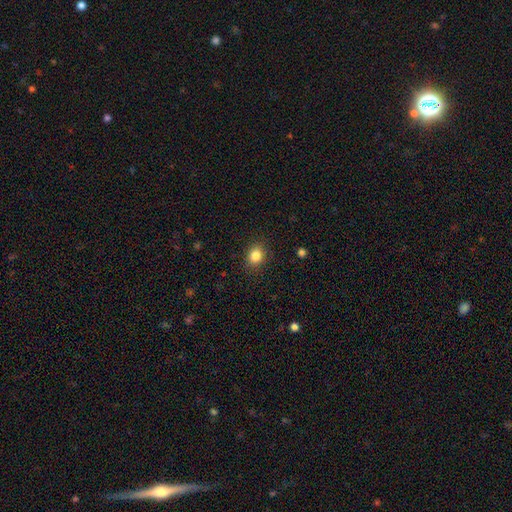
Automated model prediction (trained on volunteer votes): This is clearly a smooth galaxy (84%). How rounded: possibly round (54%). Merging: clearly none (88%).